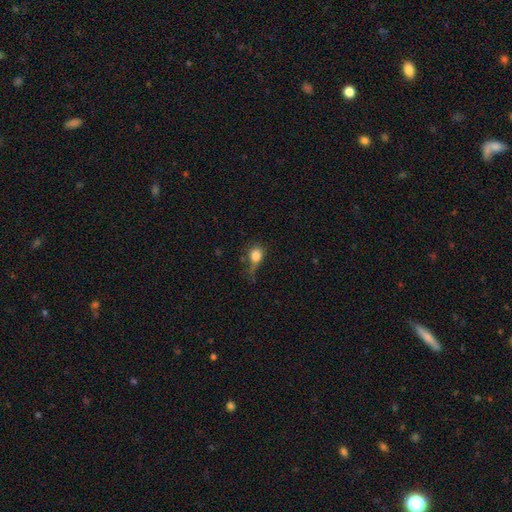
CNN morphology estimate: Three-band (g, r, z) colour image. It shows a smooth galaxy with no disk features (79%) that is round (58%). Merging: none (35%).